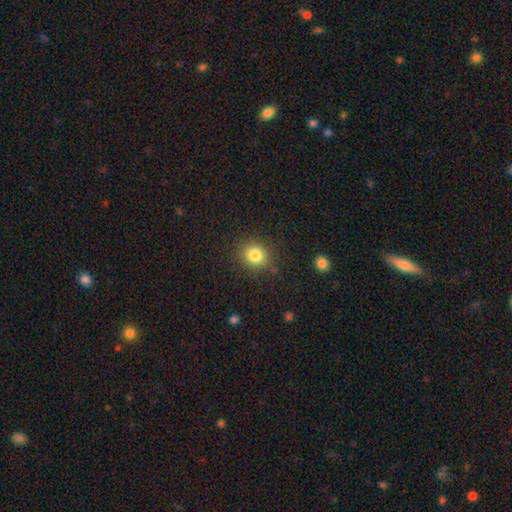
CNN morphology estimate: A smooth galaxy with no disk features (76%) that is round (90%).

Vote fractions:
- Smooth or featured? smooth: 76% / star or artifact: 19% / featured or disk: 6%
- How rounded? round: 90% / in between: 9% / cigar-shaped: 1%
- Merging? none: 91% / minor disturbance: 6% / major disturbance: 2% / merger: 1%